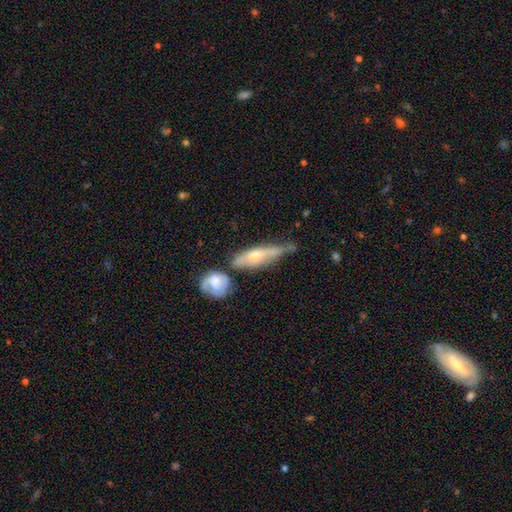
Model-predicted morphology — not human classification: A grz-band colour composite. It shows a featured or disk galaxy (55%) viewed edge-on (67%). Merging: none (41%).